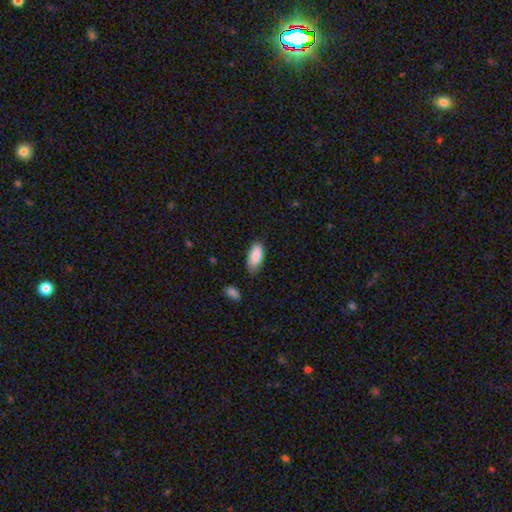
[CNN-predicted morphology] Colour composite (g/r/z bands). It shows a smooth galaxy with no disk features (88%) that is in between round and cigar-shaped (90%). Merging: none (75%).